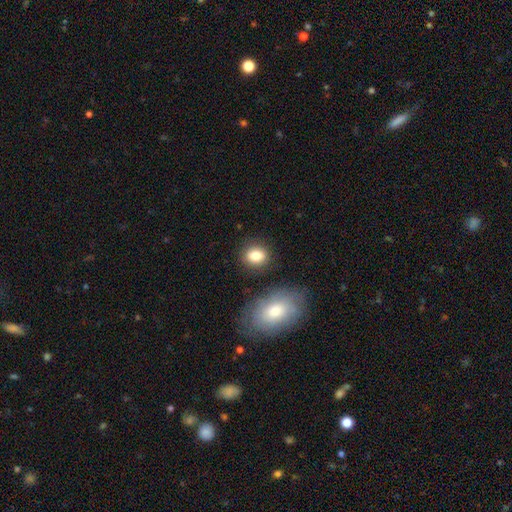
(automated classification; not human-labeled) Smooth or featured? smooth (83%)
How rounded? round (55%)
Merging? none (82%)